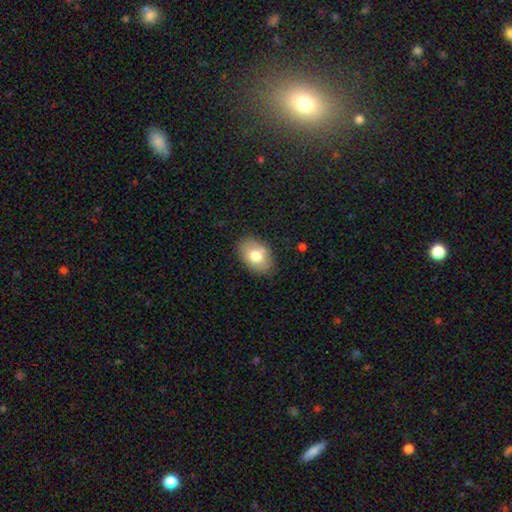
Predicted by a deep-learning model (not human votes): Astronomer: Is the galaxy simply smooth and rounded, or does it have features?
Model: smooth — 75%.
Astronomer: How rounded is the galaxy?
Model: in between — 84%.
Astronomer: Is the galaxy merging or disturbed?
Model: none — 81%.